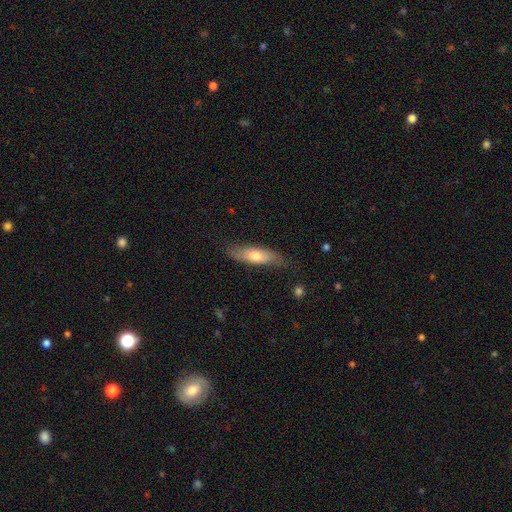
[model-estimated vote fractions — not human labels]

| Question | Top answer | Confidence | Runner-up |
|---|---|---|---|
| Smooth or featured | smooth | 61% | featured or disk (33%) |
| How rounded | in between | 50% | cigar-shaped (47%) |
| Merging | none | 74% | minor disturbance (20%) |